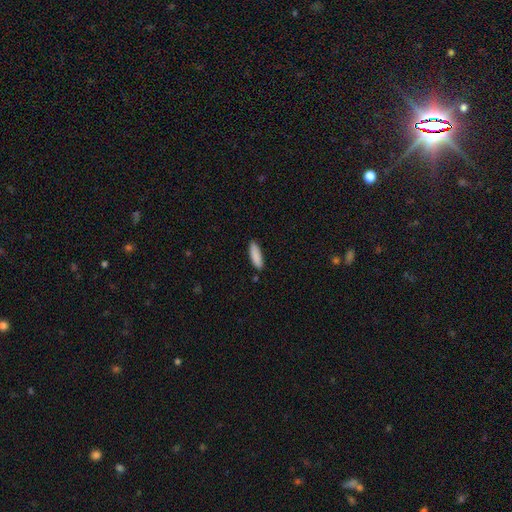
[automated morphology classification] A smooth galaxy with no disk features (89%) that is cigar-shaped (57%).

Vote fractions:
- Smooth or featured? smooth: 89% / star or artifact: 6% / featured or disk: 5%
- How rounded? cigar-shaped: 57% / in between: 41% / round: 1%
- Merging? none: 87% / minor disturbance: 10% / major disturbance: 2% / merger: 2%